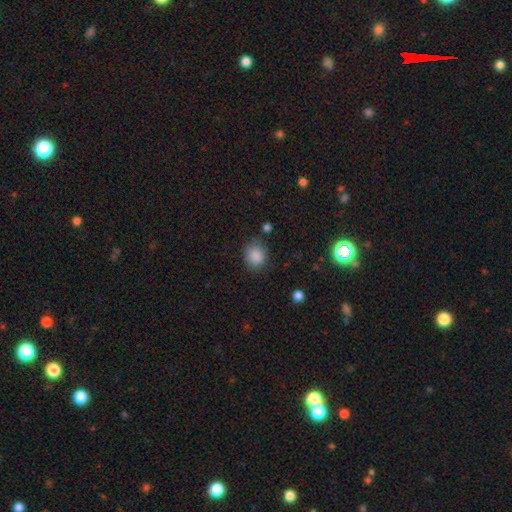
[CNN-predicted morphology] smooth-or-featured: smooth: 86% | star or artifact: 9% | featured or disk: 4%
  how-rounded: round: 71% | in between: 28% | cigar-shaped: 1%
  merging: none: 78% | minor disturbance: 15% | major disturbance: 4% | merger: 2%